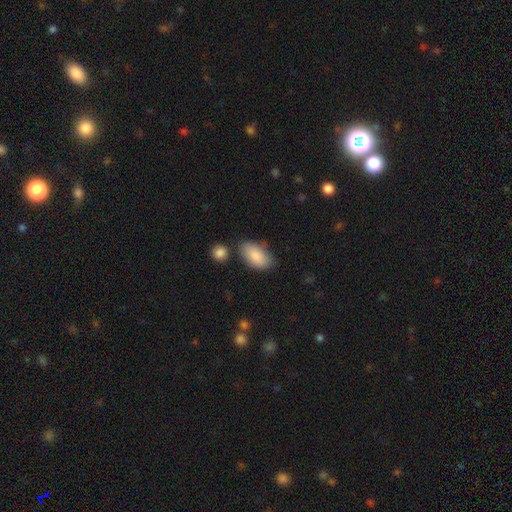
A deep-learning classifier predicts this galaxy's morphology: Q: Smooth or featured?
A: smooth (87%); runner-up: featured or disk (7%)
Q: How rounded?
A: in between (94%); runner-up: round (3%)
Q: Merging?
A: none (70%); runner-up: minor disturbance (18%)